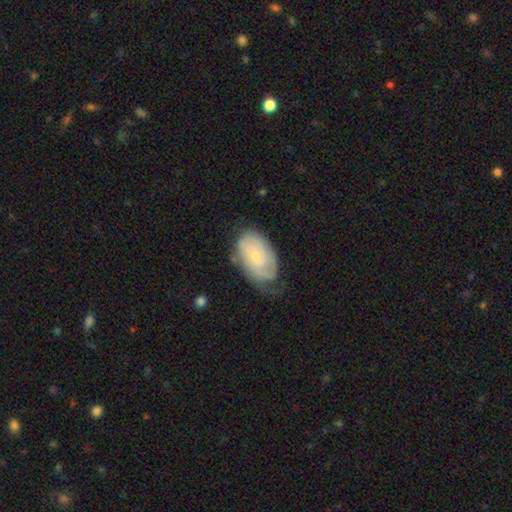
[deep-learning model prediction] smooth_or_featured: featured or disk (p=0.68) [alt: smooth p=0.26]
disk_edge_on: no (p=0.96) [alt: yes p=0.04]
bar: no (p=0.69) [alt: weak p=0.27]
has_spiral_arms: yes (p=0.90) [alt: no p=0.10]
spiral_winding: tight (p=0.61) [alt: medium p=0.29]
spiral_arm_count: can't tell (p=0.37) [alt: 2 p=0.36]
bulge_size: small (p=0.72) [alt: moderate p=0.20]
merging: none (p=0.54) [alt: minor disturbance p=0.30]